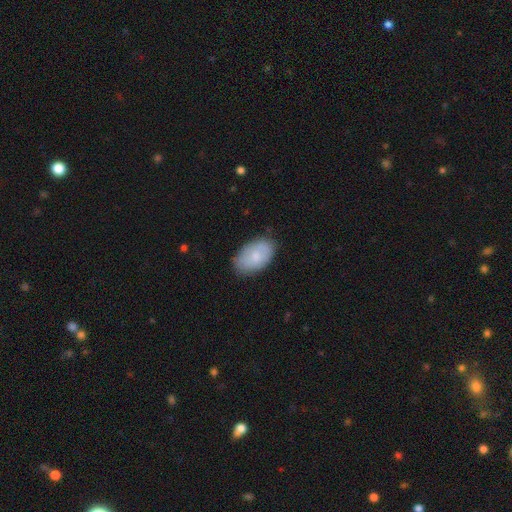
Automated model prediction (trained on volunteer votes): smooth 73%, featured or disk 21%, star or artifact 6%. Down the decision tree: how rounded — in between (93%); merging — none (78%).